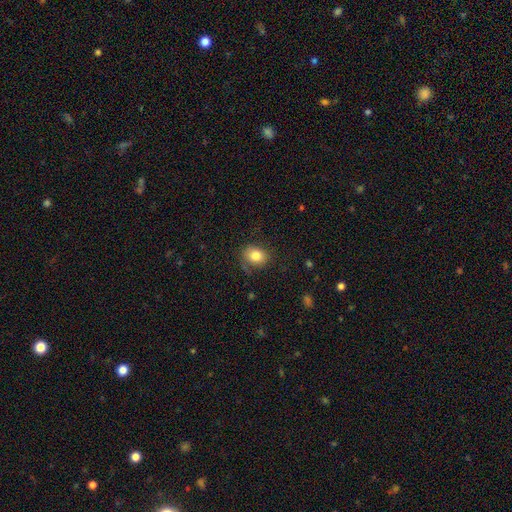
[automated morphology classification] Overall: smooth (79%). How rounded: in between (50%; round 49%). Merging: none (67%).